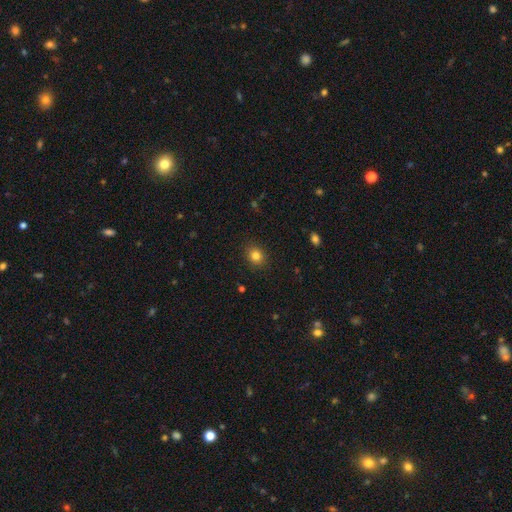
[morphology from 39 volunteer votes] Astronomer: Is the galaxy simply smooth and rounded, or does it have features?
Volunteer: smooth — 85%.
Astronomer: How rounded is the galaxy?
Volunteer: round — 85%.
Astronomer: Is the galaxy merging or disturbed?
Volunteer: none — 89%.